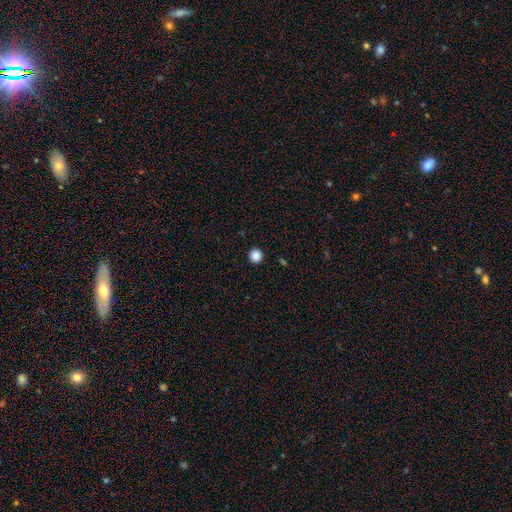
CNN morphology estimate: smooth_or_featured: smooth (p=0.85) [alt: star or artifact p=0.11]
how_rounded: round (p=0.96) [alt: in between p=0.03]
merging: none (p=0.94) [alt: minor disturbance p=0.04]